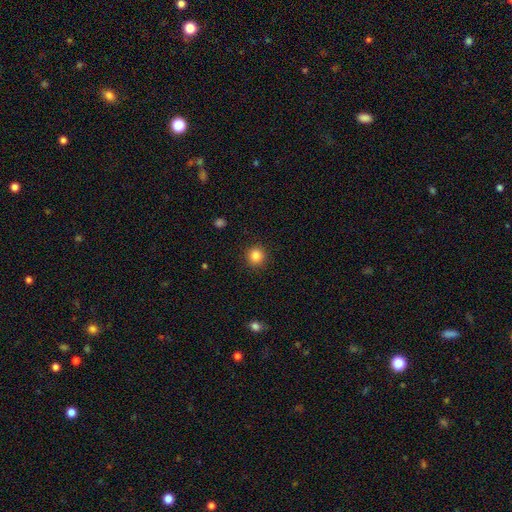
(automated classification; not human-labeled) smooth_or_featured: smooth (p=0.85) [alt: star or artifact p=0.11]
how_rounded: round (p=0.93) [alt: in between p=0.06]
merging: none (p=0.92) [alt: minor disturbance p=0.05]